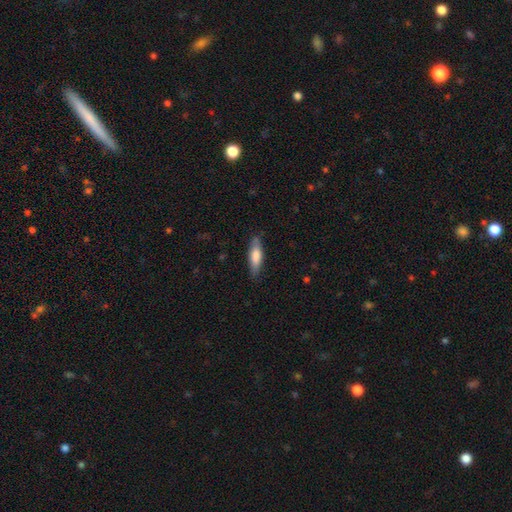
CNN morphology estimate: This appears to be a smooth galaxy with no disk features (73%) that is cigar-shaped (61%). Merging: none (82%).